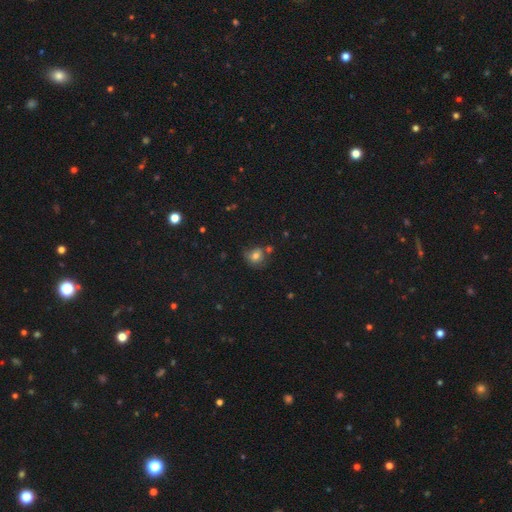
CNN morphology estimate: Smooth or featured? Predicted: smooth (p=0.71). How rounded? Predicted: round (p=0.73). Merging? Predicted: none (p=0.54).